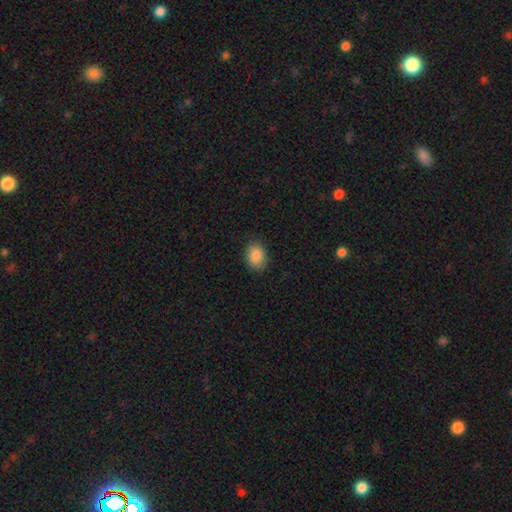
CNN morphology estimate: Smooth or featured? smooth (89%)
How rounded? in between (71%)
Merging? none (86%)